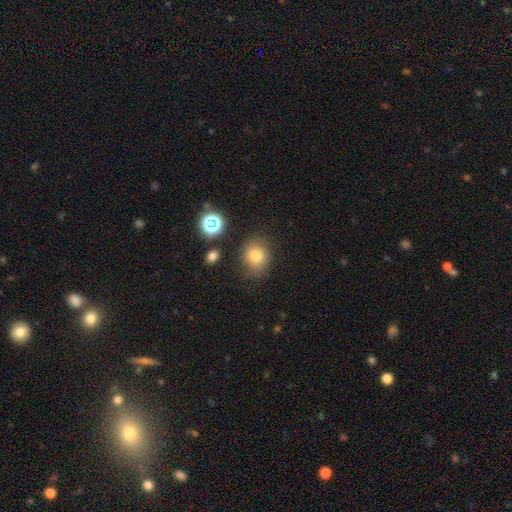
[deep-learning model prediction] Smooth or featured: smooth — 79% (star or artifact — 13%)
How rounded: round — 64% (in between — 35%)
Merging: none — 79% (minor disturbance — 14%)